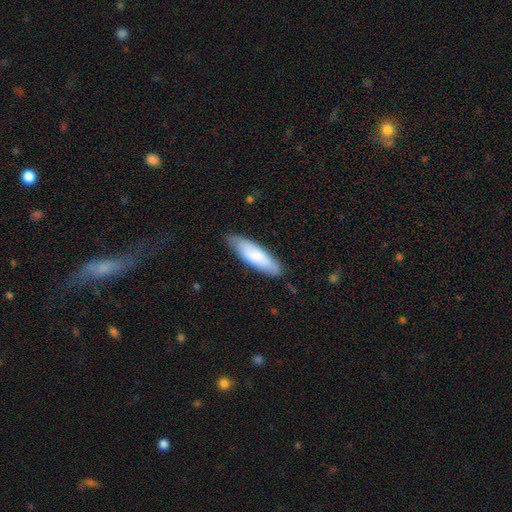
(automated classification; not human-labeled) This appears to be a smooth galaxy with no disk features (77%) that is cigar-shaped (57%). Merging: none (80%).